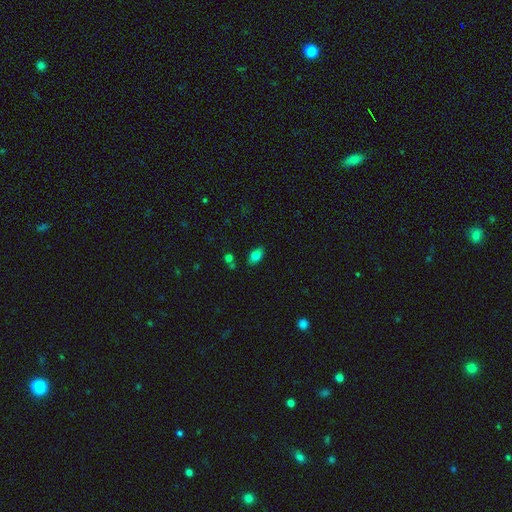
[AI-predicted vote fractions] This is likely a smooth galaxy (79%). How rounded: clearly in between (89%). Merging: clearly none (81%).